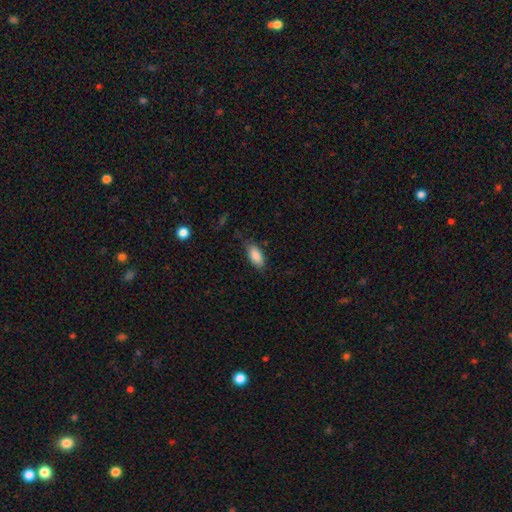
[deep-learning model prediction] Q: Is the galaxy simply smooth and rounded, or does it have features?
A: smooth — 87%.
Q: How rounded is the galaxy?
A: in between — 88%.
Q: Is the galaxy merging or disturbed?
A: none — 76%.